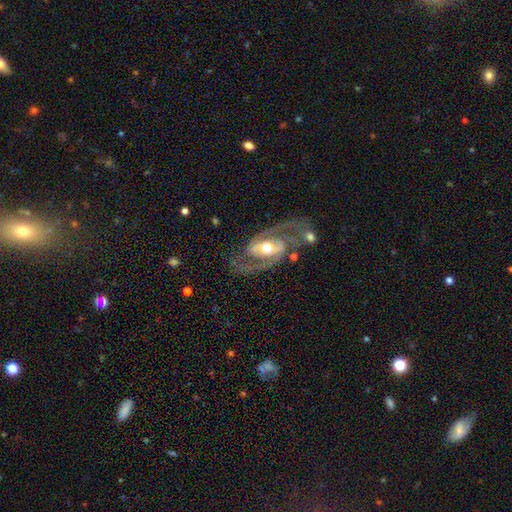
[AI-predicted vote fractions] The model was most divided on "bar": no: 42%, weak: 36%, strong: 22%. More confident: spiral arms — yes (96%); edge-on disk — no (96%); spiral arm count — 2 (92%); smooth or featured — featured or disk (89%); merging — none (76%); bulge size — moderate (69%); spiral winding — medium (58%).